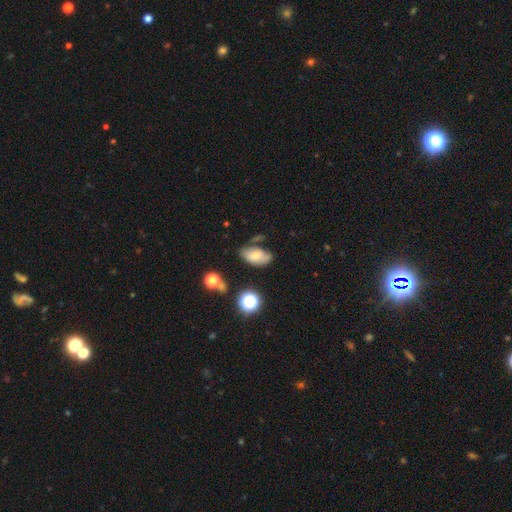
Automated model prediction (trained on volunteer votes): The model was most divided on "merging": none: 51%, minor disturbance: 30%, major disturbance: 12%, merger: 8%. More confident: how rounded — in between (90%); smooth or featured — smooth (59%).